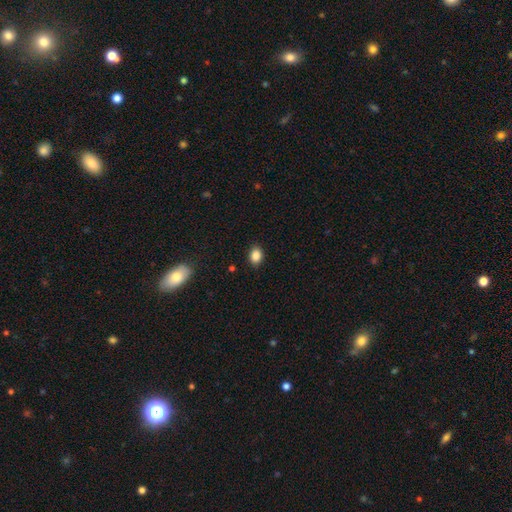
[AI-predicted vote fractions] The model was most divided on "how rounded": in between: 69%, round: 30%, cigar-shaped: 1%. More confident: merging — none (88%); smooth or featured — smooth (86%).